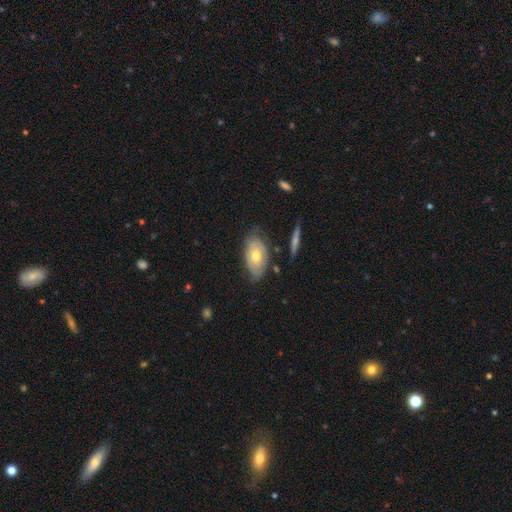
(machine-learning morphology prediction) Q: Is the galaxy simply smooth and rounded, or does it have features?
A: smooth — 54%.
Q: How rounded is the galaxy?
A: in between — 91%.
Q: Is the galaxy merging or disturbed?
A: none — 67%.